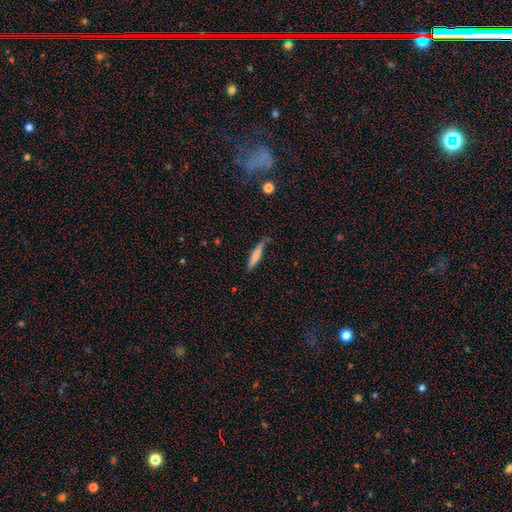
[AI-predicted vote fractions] The model was most divided on "merging": none: 65%, minor disturbance: 25%, major disturbance: 6%, merger: 3%. More confident: how rounded — cigar-shaped (90%); smooth or featured — smooth (71%).